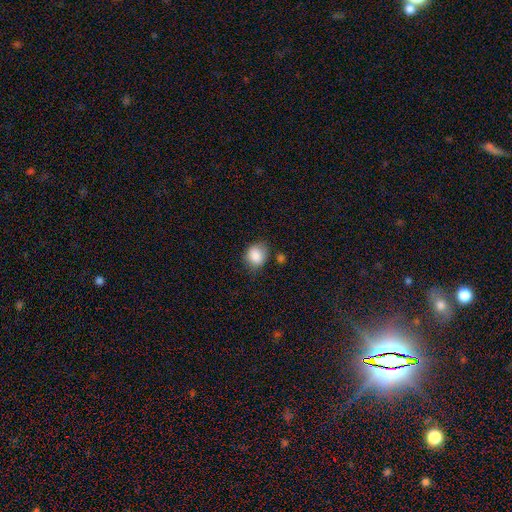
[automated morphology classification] The model was most divided on "how rounded": round: 64%, in between: 35%, cigar-shaped: 1%. More confident: smooth or featured — smooth (86%); merging — none (68%).